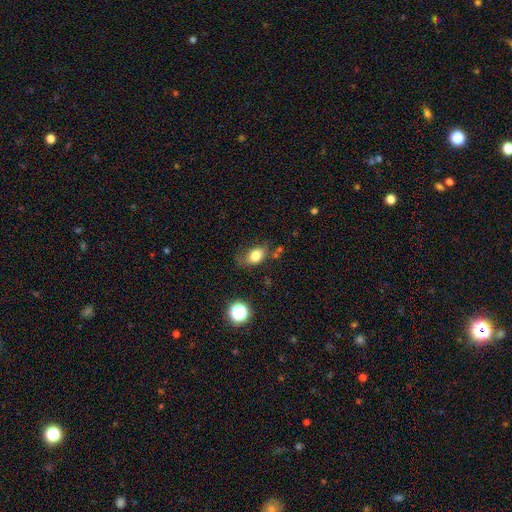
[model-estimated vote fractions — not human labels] Overall: smooth (79%). How rounded: in between (80%). Merging: none (62%; minor disturbance 25%).